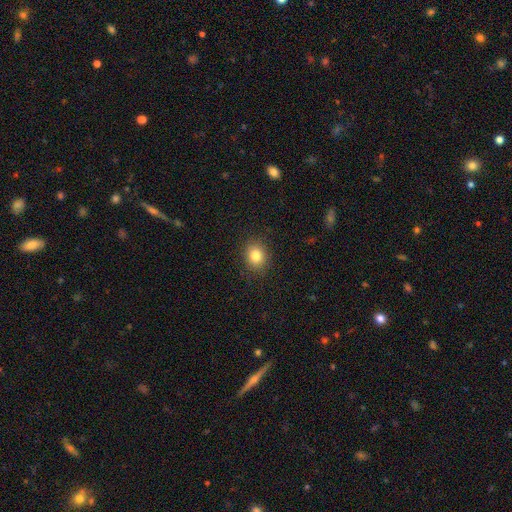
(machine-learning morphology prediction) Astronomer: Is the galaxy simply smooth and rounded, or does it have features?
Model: smooth — 82%.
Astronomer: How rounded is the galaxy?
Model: round — 64%.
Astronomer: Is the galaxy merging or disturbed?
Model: none — 88%.